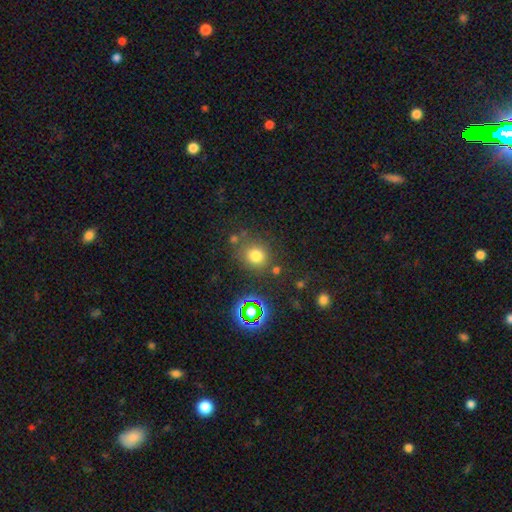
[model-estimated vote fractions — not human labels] smooth-or-featured: smooth: 72% | star or artifact: 19% | featured or disk: 8%
  how-rounded: round: 80% | in between: 19% | cigar-shaped: 1%
  merging: none: 74% | minor disturbance: 12% | merger: 8% | major disturbance: 6%